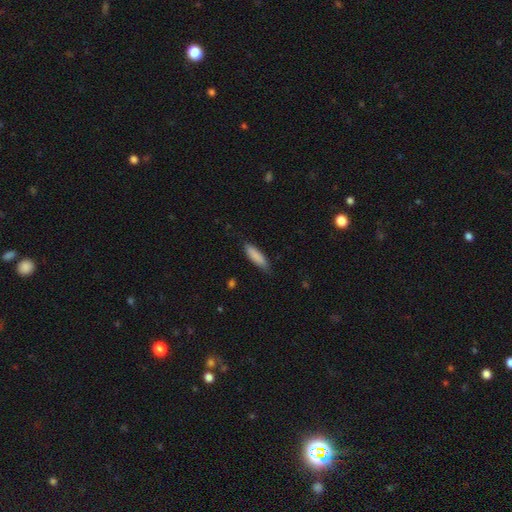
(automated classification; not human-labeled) This appears to be a smooth galaxy with no disk features (86%) that is cigar-shaped (61%). Merging: none (76%).